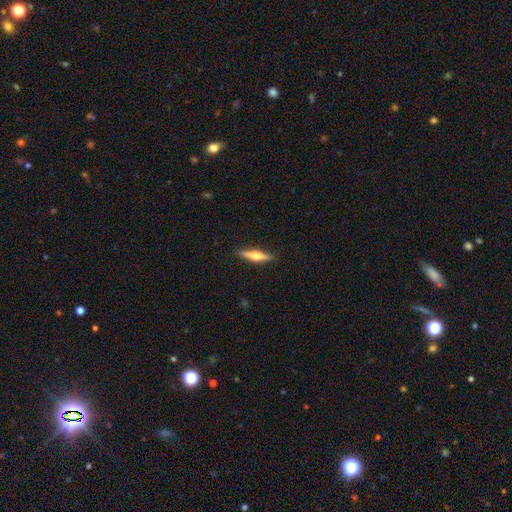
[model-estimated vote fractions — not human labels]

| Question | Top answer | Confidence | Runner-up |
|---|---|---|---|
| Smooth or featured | featured or disk | 58% | smooth (36%) |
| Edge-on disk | yes | 97% | no (3%) |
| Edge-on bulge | rounded | 92% | boxy (5%) |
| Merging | none | 90% | minor disturbance (7%) |